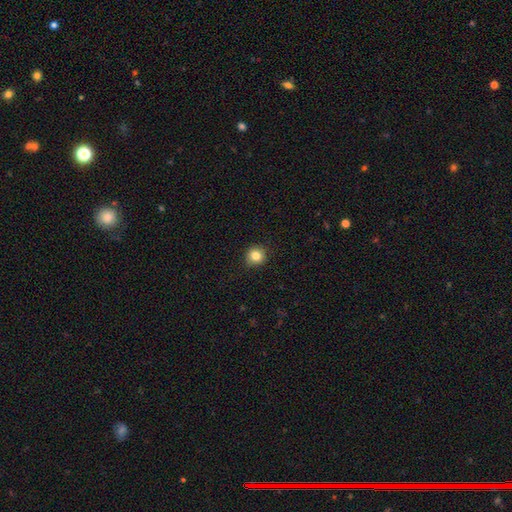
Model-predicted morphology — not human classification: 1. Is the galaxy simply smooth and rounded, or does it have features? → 84% smooth, 11% star or artifact, 5% featured or disk.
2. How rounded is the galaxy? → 91% round, 8% in between, 1% cigar-shaped.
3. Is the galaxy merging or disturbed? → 90% none, 7% minor disturbance, 2% major disturbance, 1% merger.